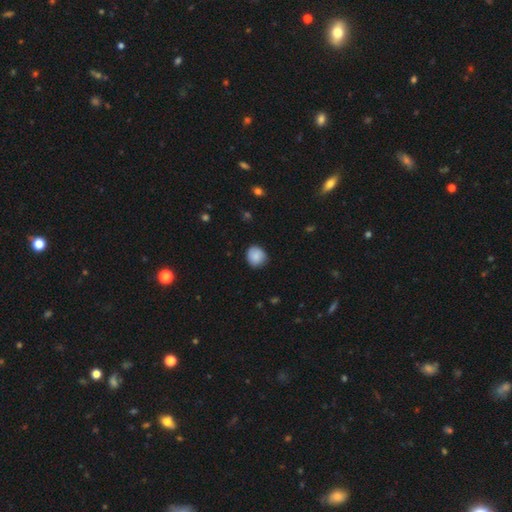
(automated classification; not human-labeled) Smooth or featured: smooth — 87% (star or artifact — 7%)
How rounded: round — 82% (in between — 17%)
Merging: none — 81% (minor disturbance — 15%)